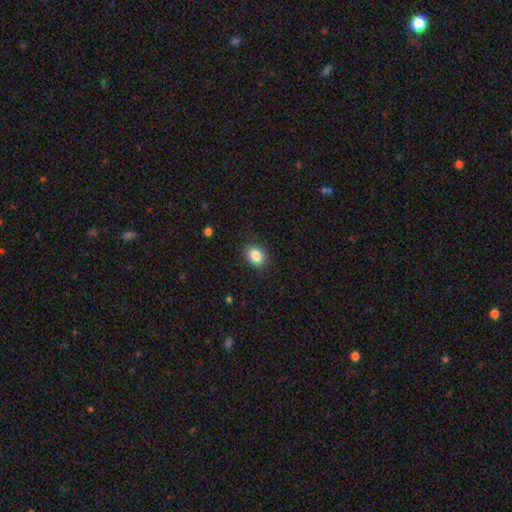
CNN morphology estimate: Smooth or featured?
  - smooth: 85% *
  - star or artifact: 9%
  - featured or disk: 6%
How rounded?
  - in between: 60% *
  - round: 39%
  - cigar-shaped: 1%
Merging?
  - none: 87% *
  - minor disturbance: 9%
  - major disturbance: 2%
  - merger: 1%